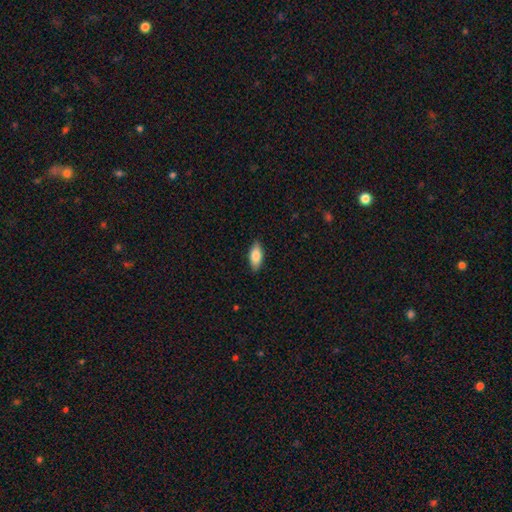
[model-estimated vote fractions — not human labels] A smooth galaxy with no disk features (79%) that is in between round and cigar-shaped (81%).

Vote fractions:
- Smooth or featured? smooth: 79% / featured or disk: 15% / star or artifact: 6%
- How rounded? in between: 81% / cigar-shaped: 16% / round: 3%
- Merging? none: 87% / minor disturbance: 10% / major disturbance: 2% / merger: 1%